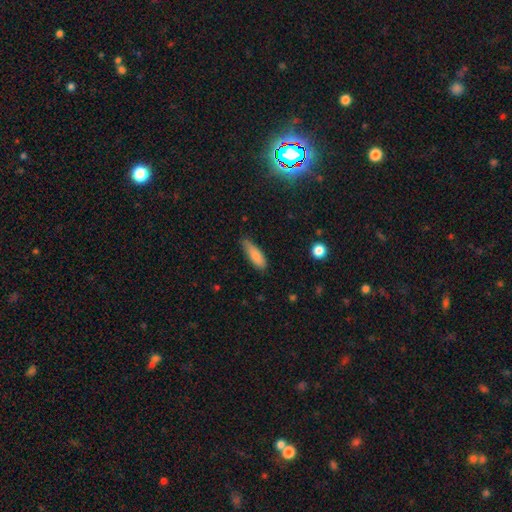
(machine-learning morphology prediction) Smooth or featured: smooth — 84% (featured or disk — 10%)
How rounded: in between — 51% (cigar-shaped — 48%)
Merging: none — 65% (minor disturbance — 29%)